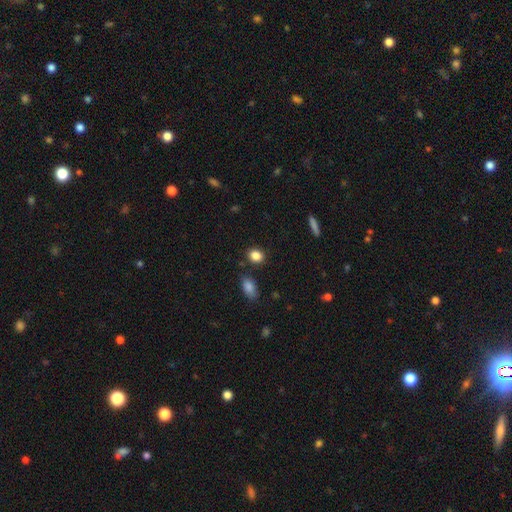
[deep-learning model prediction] Overall: smooth (86%). How rounded: round (55%; in between 43%). Merging: none (84%).